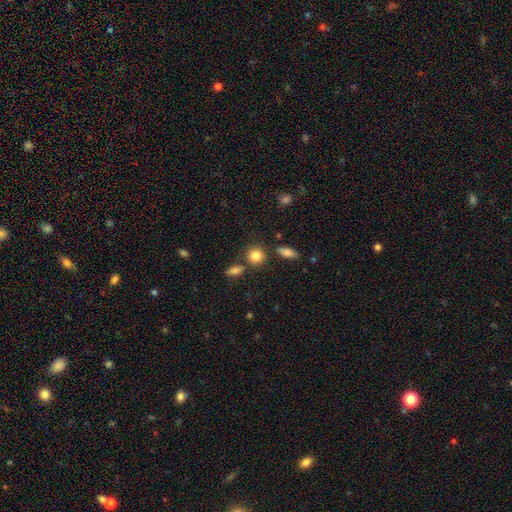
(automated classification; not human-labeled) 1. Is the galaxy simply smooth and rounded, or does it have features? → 84% smooth, 9% star or artifact, 6% featured or disk.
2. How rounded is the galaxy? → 82% round, 16% in between, 2% cigar-shaped.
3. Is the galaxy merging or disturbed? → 76% none, 11% merger, 10% minor disturbance, 3% major disturbance.